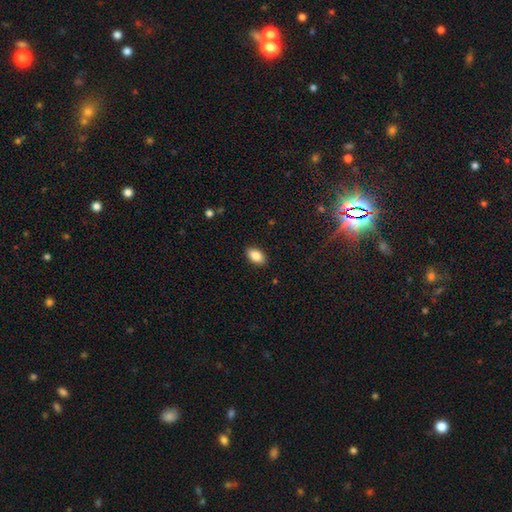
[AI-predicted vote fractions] Smooth or featured? Predicted: smooth (p=0.86). How rounded? Predicted: in between (p=0.93). Merging? Predicted: none (p=0.89).